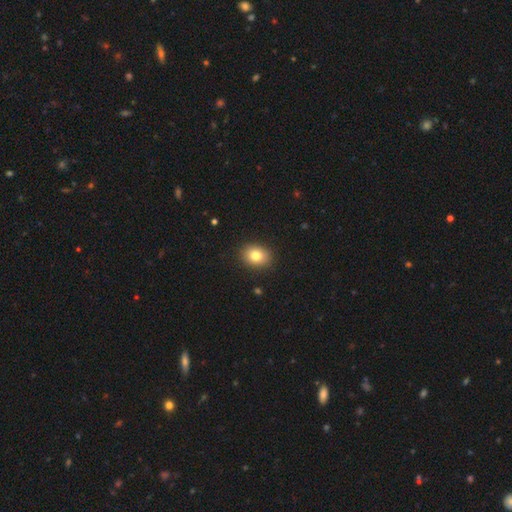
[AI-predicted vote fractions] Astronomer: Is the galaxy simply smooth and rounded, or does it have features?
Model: smooth — 81%.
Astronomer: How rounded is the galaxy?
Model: in between — 56% (runner-up: round, 43%).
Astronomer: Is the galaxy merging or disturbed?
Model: none — 90%.